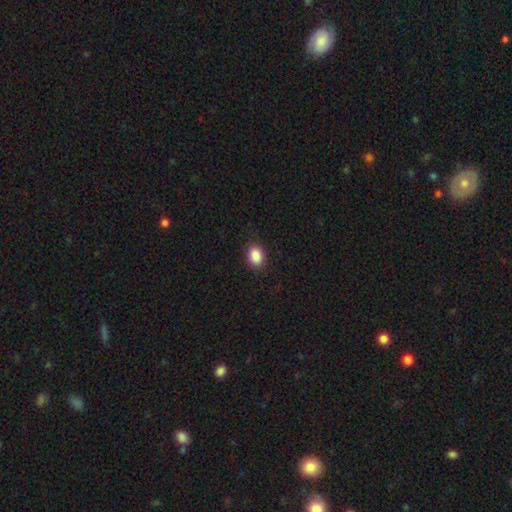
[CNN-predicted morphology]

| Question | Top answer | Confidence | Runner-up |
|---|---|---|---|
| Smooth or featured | smooth | 88% | star or artifact (8%) |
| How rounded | in between | 72% | round (27%) |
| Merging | none | 86% | minor disturbance (10%) |